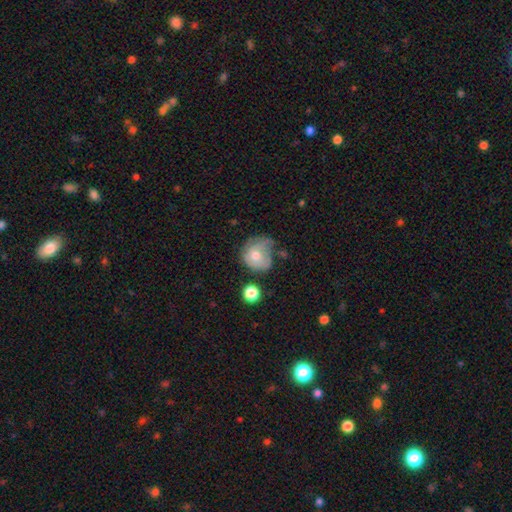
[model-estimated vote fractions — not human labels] Overall: smooth (54%; featured or disk 38%). How rounded: round (73%). Merging: none (35%; minor disturbance 34%).